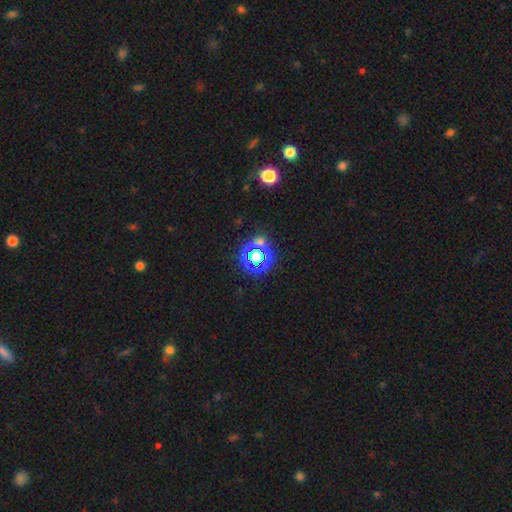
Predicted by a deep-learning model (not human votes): smooth-or-featured: star or artifact: 60% | smooth: 29% | featured or disk: 11%